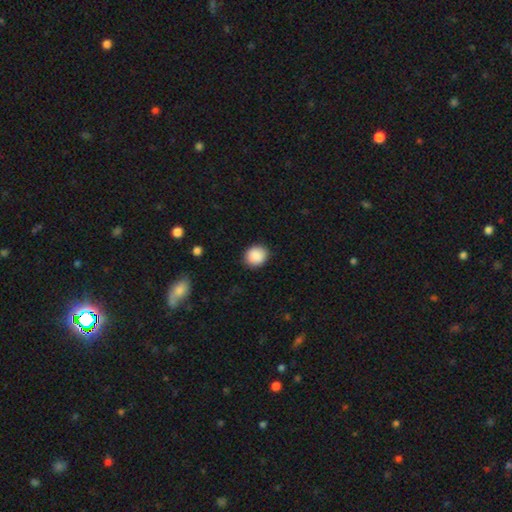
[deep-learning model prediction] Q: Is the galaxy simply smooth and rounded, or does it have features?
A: smooth — 89%.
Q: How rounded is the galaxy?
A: round — 76%.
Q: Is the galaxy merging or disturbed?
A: none — 89%.